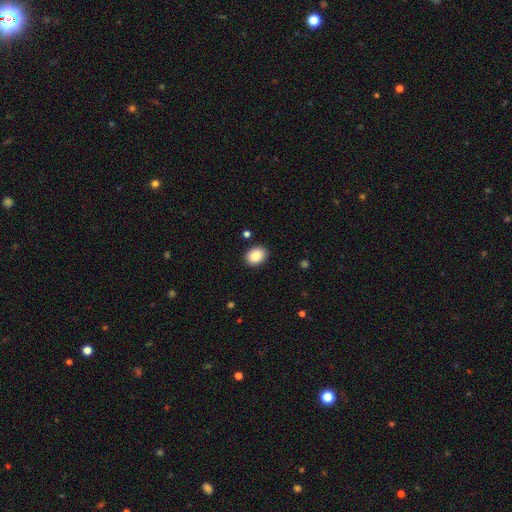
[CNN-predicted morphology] Smooth or featured? smooth (87%)
How rounded? in between (60%)
Merging? none (89%)